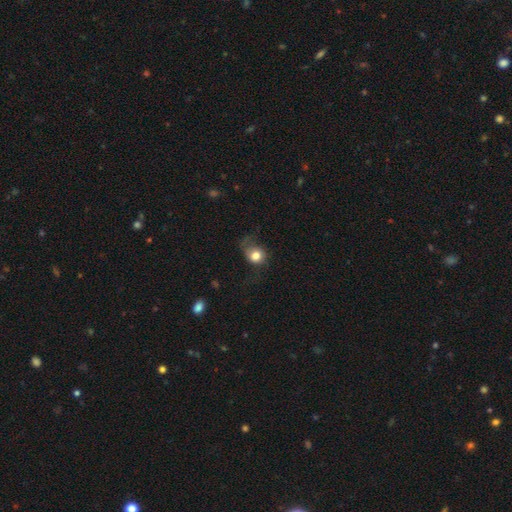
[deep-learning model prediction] The model was most divided on "merging": none: 43%, major disturbance: 29%, minor disturbance: 26%, merger: 2%. More confident: smooth or featured — smooth (75%); how rounded — round (69%).